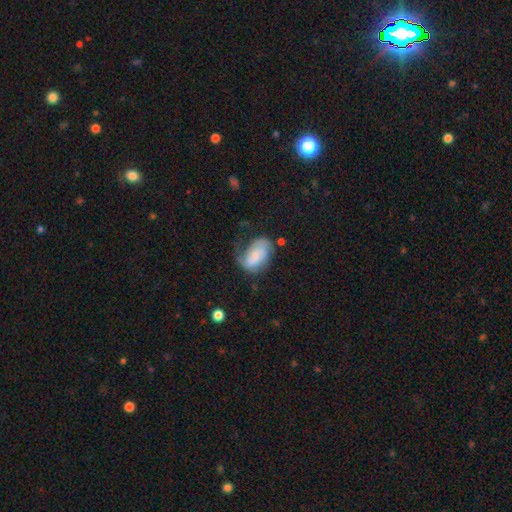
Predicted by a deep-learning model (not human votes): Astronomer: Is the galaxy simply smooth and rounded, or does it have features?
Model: featured or disk — 49% (runner-up: smooth, 44%).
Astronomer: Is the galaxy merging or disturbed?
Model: none — 41% (runner-up: minor disturbance, 31%).